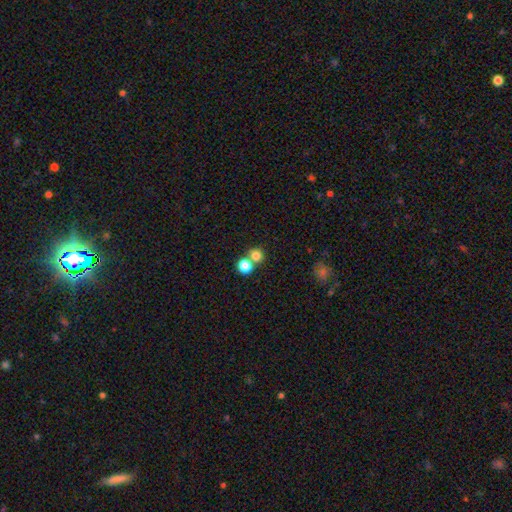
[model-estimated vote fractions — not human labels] Morphology: type=smooth (79%); roundness=round (88%); merging=none (57%).